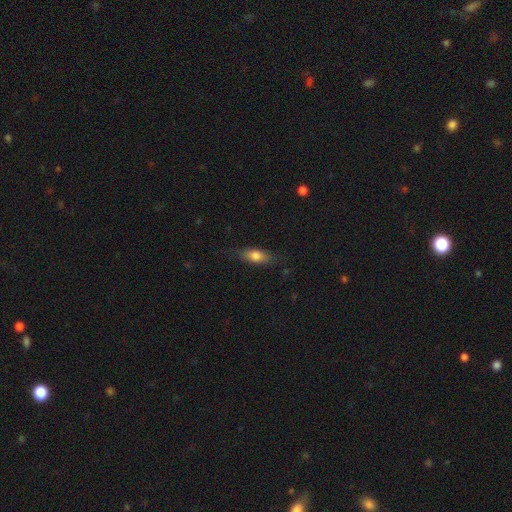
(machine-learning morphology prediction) type=smooth (74%); roundness=in between (73%); merging=none (77%).